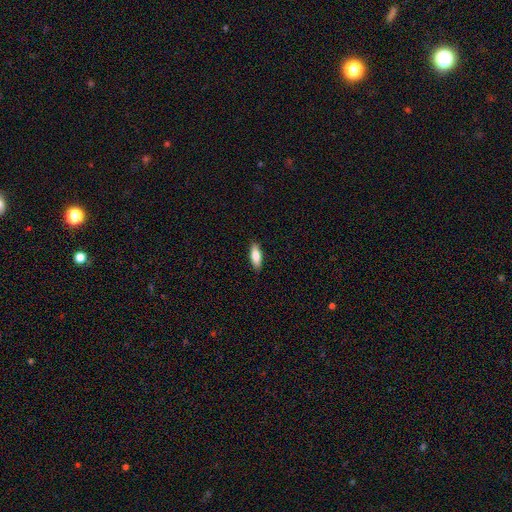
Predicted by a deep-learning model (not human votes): Morphology: type=smooth (82%); roundness=in between (64%); merging=none (88%).